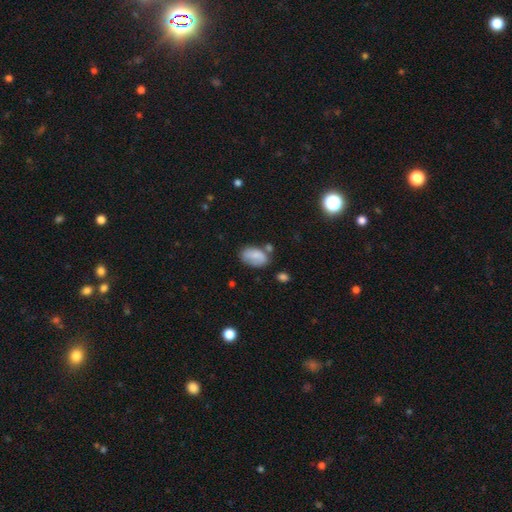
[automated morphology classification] This is likely a smooth galaxy (79%). How rounded: clearly in between (90%). Merging: possibly none (54%).